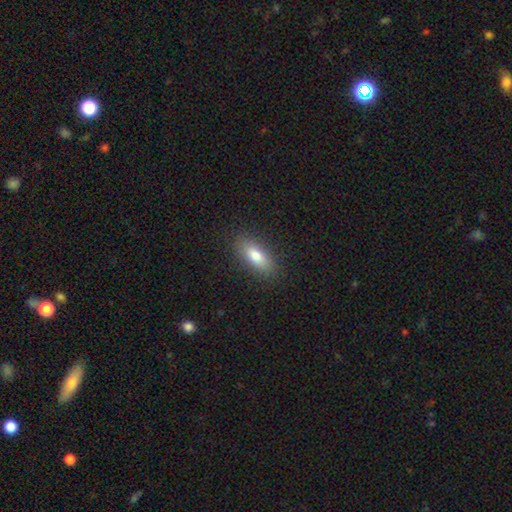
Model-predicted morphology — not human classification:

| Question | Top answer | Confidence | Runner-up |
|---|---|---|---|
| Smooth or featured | smooth | 78% | featured or disk (14%) |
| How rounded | in between | 75% | cigar-shaped (22%) |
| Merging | none | 87% | minor disturbance (9%) |